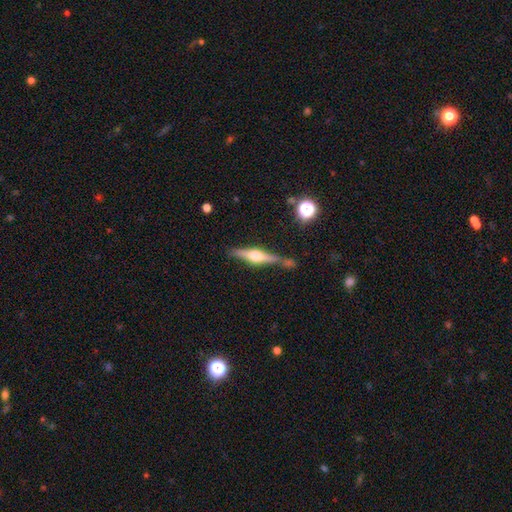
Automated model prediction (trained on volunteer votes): Morphology: type=featured or disk (70%); edge-on=yes (97%); edge-on bulge=rounded (93%); merging=none (73%).